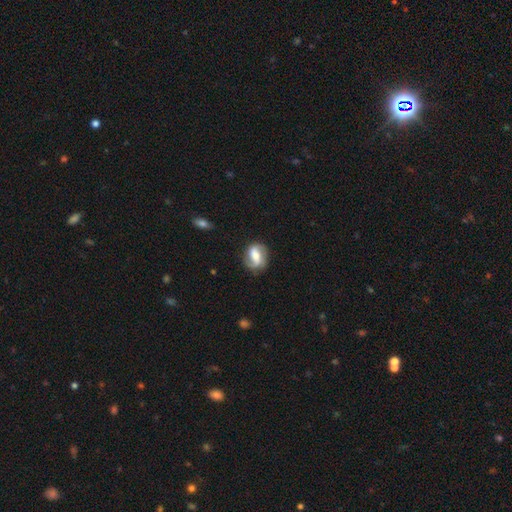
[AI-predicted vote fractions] A featured or disk galaxy (69%) with a weak bar (41%), 2 (84%) medium (40%) spiral arms (89%) and a moderate central bulge (49%). Merging: none (76%).